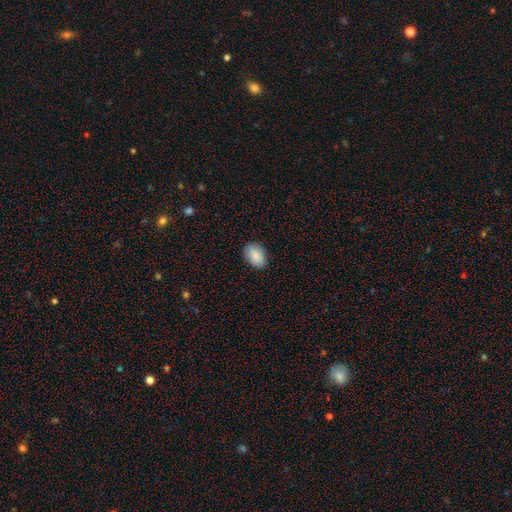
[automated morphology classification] smooth-or-featured: smooth: 88% | star or artifact: 7% | featured or disk: 6%
  how-rounded: in between: 86% | round: 13% | cigar-shaped: 1%
  merging: none: 84% | minor disturbance: 12% | major disturbance: 3% | merger: 1%